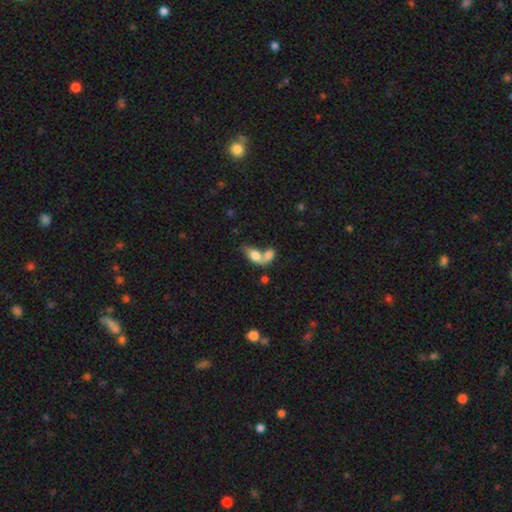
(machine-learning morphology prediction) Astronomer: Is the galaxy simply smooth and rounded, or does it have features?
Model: smooth — 70%.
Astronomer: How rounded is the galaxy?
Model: in between — 83%.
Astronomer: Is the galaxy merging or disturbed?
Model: merger — 72%.